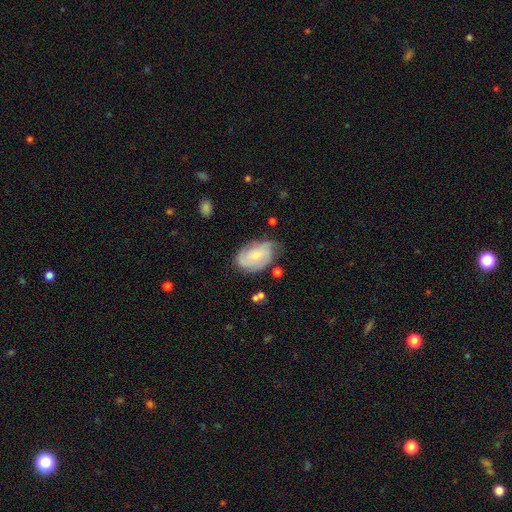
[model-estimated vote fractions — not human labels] Smooth or featured? Predicted: featured or disk (p=0.55). Edge-on disk? Predicted: no (p=0.96). Bar? Predicted: no (p=0.68). Spiral arms? Predicted: yes (p=0.78). Bulge size? Predicted: small (p=0.62). Merging? Predicted: none (p=0.56).